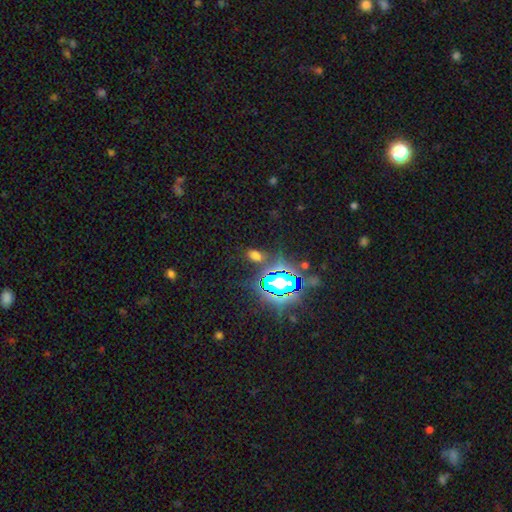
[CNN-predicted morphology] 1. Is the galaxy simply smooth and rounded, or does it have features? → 53% smooth, 39% star or artifact, 8% featured or disk.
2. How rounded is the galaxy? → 84% in between, 11% round, 5% cigar-shaped.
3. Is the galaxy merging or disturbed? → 78% none, 11% minor disturbance, 6% merger, 5% major disturbance.